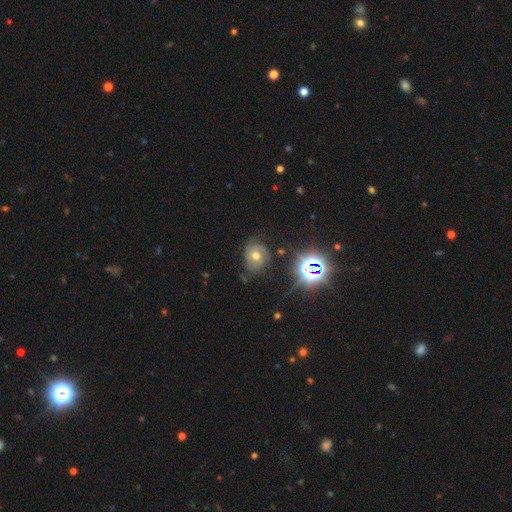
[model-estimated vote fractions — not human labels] Smooth or featured?
  - featured or disk: 54% *
  - smooth: 25%
  - star or artifact: 21%
Edge-on disk?
  - no: 96% *
  - yes: 4%
Bar?
  - no: 71% *
  - weak: 23%
  - strong: 6%
Spiral arms?
  - yes: 83% *
  - no: 17%
Bulge size?
  - moderate: 76% *
  - small: 16%
  - large: 6%
  - none: 1%
  - dominant: 1%
Merging?
  - none: 61% *
  - minor disturbance: 25%
  - major disturbance: 11%
  - merger: 2%